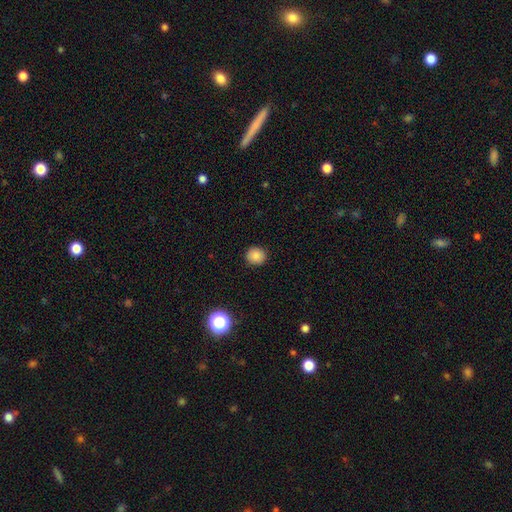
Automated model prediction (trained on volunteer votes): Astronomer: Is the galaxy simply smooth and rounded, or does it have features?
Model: smooth — 84%.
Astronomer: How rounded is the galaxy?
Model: round — 89%.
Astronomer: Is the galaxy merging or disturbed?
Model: none — 92%.